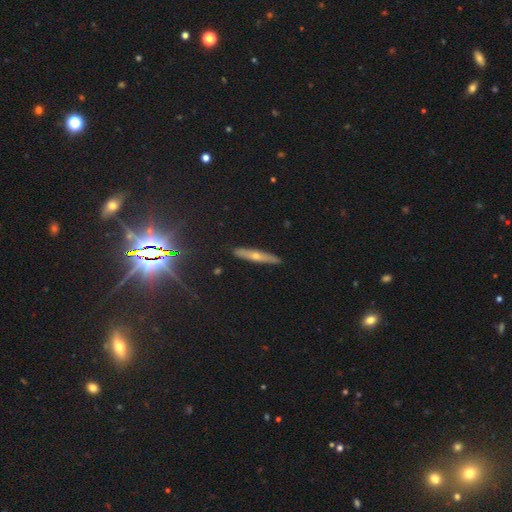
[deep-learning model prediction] Overall: featured or disk (50%; smooth 34%). Edge-on disk: yes (90%). Merging: none (89%).